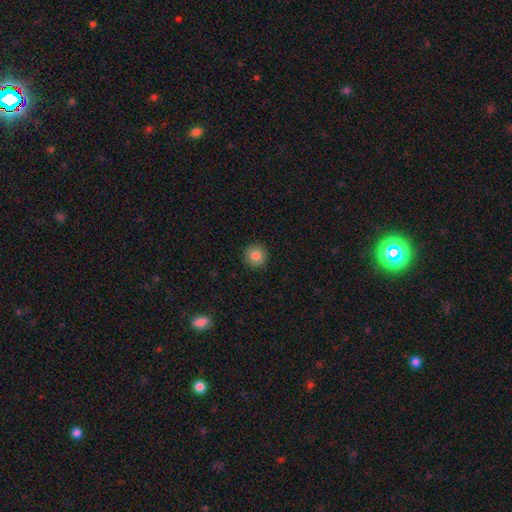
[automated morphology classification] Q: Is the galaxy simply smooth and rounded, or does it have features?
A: smooth — 85%.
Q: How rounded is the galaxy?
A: round — 94%.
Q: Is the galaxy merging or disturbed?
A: none — 92%.